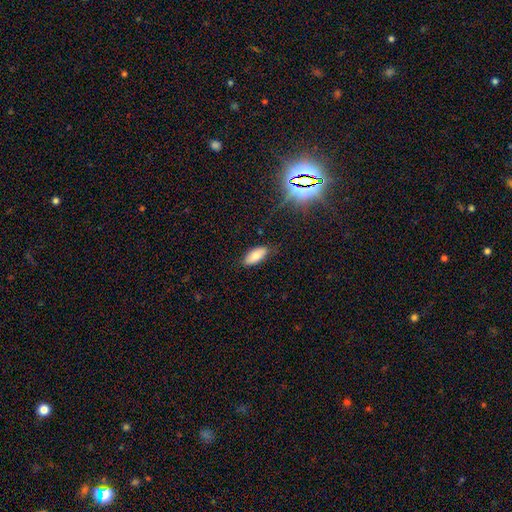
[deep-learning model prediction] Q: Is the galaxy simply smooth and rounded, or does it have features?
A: smooth — 79%.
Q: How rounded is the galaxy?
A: in between — 88%.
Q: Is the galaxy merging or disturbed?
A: none — 81%.